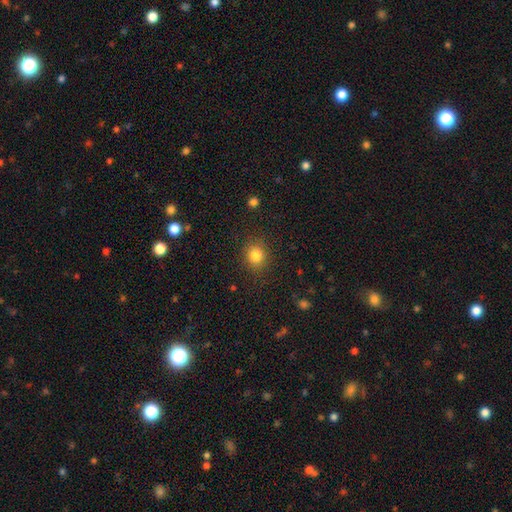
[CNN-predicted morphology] Smooth or featured: smooth — 83% (star or artifact — 12%)
How rounded: round — 78% (in between — 22%)
Merging: none — 87% (minor disturbance — 9%)